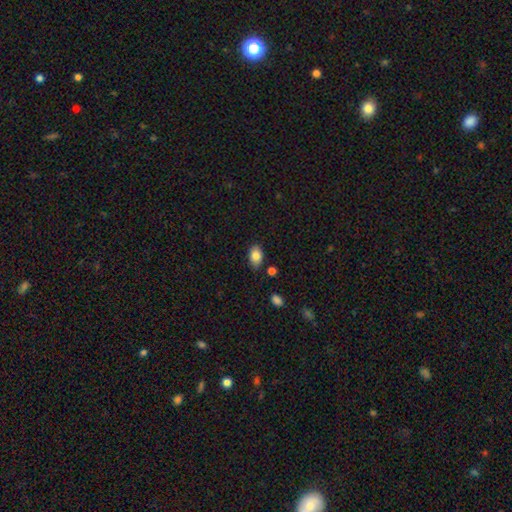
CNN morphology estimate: Smooth or featured? smooth (83%)
How rounded? in between (86%)
Merging? none (79%)